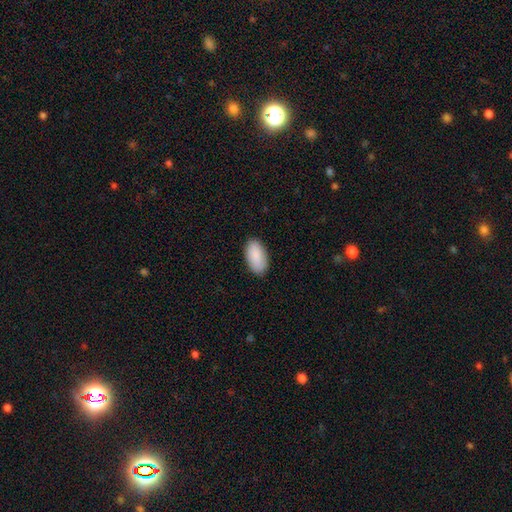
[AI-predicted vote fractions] A smooth galaxy with no disk features (89%) that is in between round and cigar-shaped (95%).

Vote fractions:
- Smooth or featured? smooth: 89% / star or artifact: 6% / featured or disk: 5%
- How rounded? in between: 95% / round: 2% / cigar-shaped: 2%
- Merging? none: 87% / minor disturbance: 10% / major disturbance: 2% / merger: 1%